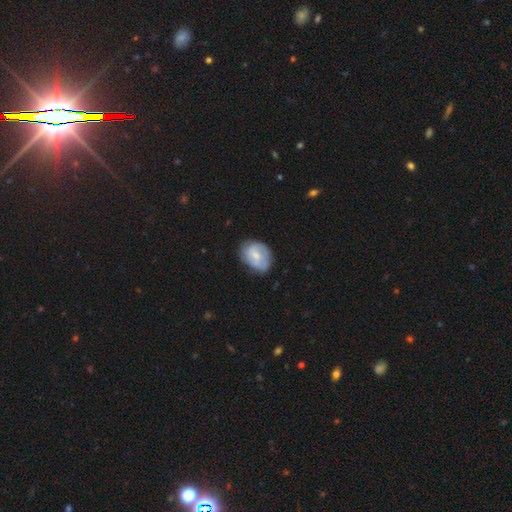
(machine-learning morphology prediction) Smooth or featured? featured or disk (47%)
Merging? none (59%)